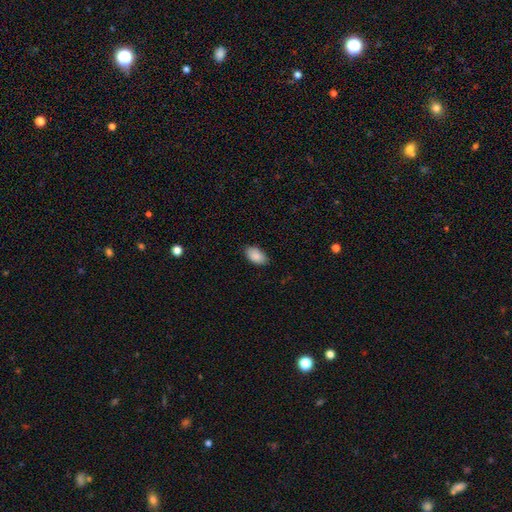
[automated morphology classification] This appears to be a smooth galaxy with no disk features (89%) that is in between round and cigar-shaped (94%). Merging: none (84%).